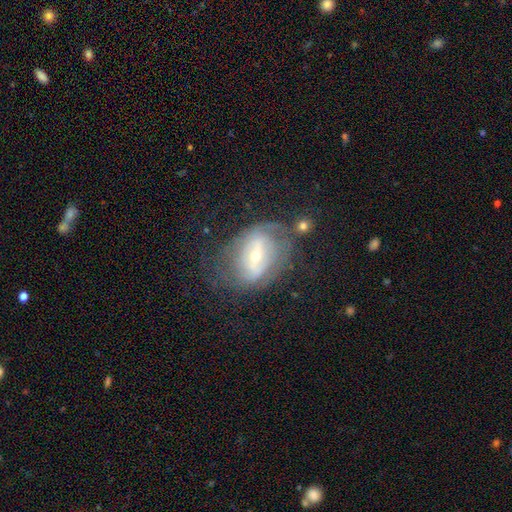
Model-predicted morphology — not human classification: Q: Smooth or featured?
A: featured or disk (61%); runner-up: smooth (26%)
Q: Edge-on disk?
A: no (91%); runner-up: yes (9%)
Q: Bar?
A: weak (39%); runner-up: strong (37%)
Q: Spiral arms?
A: yes (57%); runner-up: no (43%)
Q: Bulge size?
A: small (53%); runner-up: moderate (41%)
Q: Merging?
A: none (61%); runner-up: minor disturbance (21%)